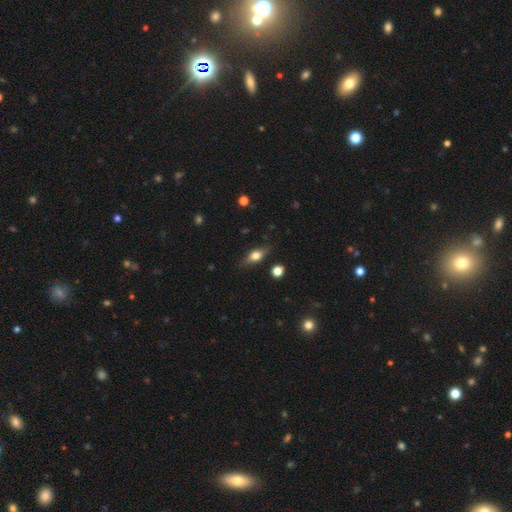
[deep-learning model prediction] Morphology: type=smooth (60%); roundness=in between (67%); merging=none (81%).